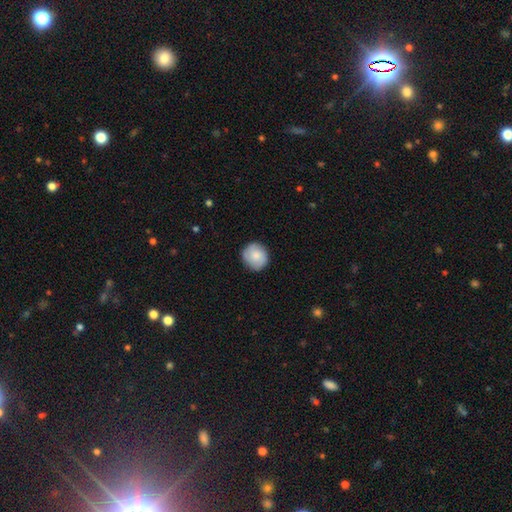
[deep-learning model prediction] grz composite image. It shows a smooth galaxy with no disk features (76%) that is round (89%). Merging: none (86%).